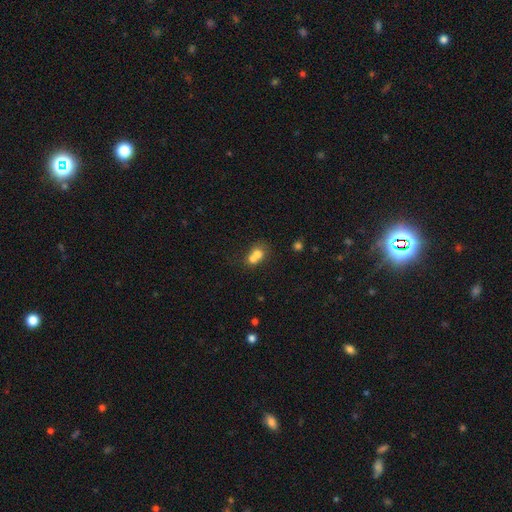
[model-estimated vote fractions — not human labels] Q: Smooth or featured?
A: smooth (68%); runner-up: featured or disk (20%)
Q: How rounded?
A: round (68%); runner-up: in between (31%)
Q: Merging?
A: merger (68%); runner-up: none (23%)